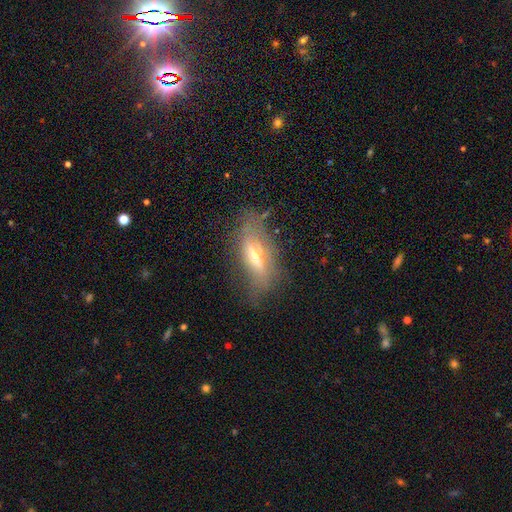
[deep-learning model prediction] The model was most divided on "smooth or featured": featured or disk: 50%, smooth: 40%, star or artifact: 9%. More confident: merging — none (63%); edge-on disk — yes (58%).